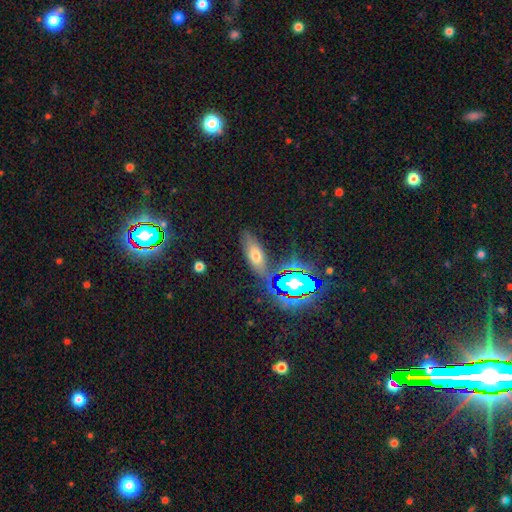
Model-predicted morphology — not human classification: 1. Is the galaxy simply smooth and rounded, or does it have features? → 55% smooth, 23% featured or disk, 22% star or artifact.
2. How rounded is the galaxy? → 64% in between, 31% cigar-shaped, 6% round.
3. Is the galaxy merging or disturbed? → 77% none, 14% minor disturbance, 5% merger, 5% major disturbance.